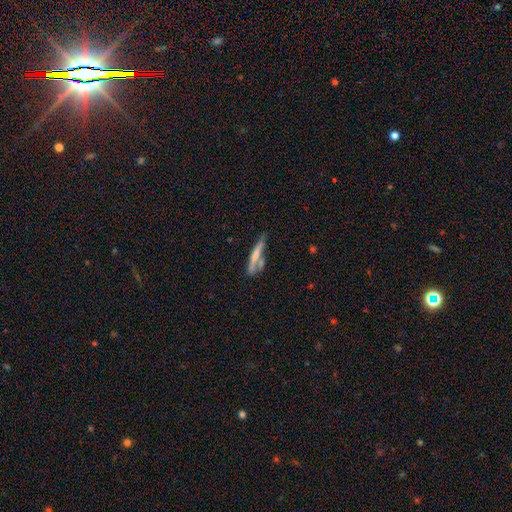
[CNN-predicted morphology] Q: Smooth or featured?
A: smooth (56%); runner-up: featured or disk (38%)
Q: How rounded?
A: cigar-shaped (89%); runner-up: in between (9%)
Q: Merging?
A: none (51%); runner-up: merger (22%)